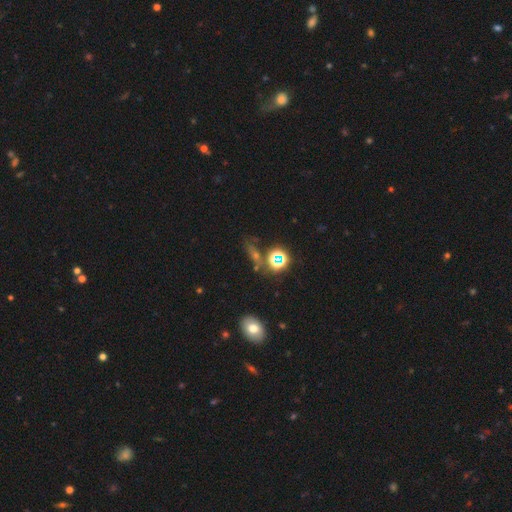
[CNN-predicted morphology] Smooth or featured?
  - star or artifact: 52% *
  - smooth: 31%
  - featured or disk: 17%